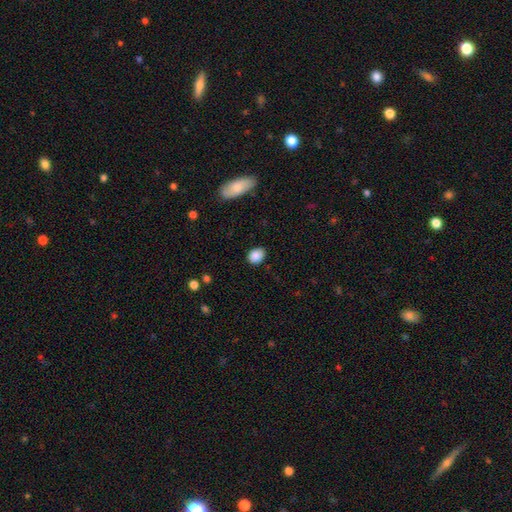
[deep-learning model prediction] Smooth or featured? Predicted: smooth (p=0.88). How rounded? Predicted: in between (p=0.56). Merging? Predicted: none (p=0.85).